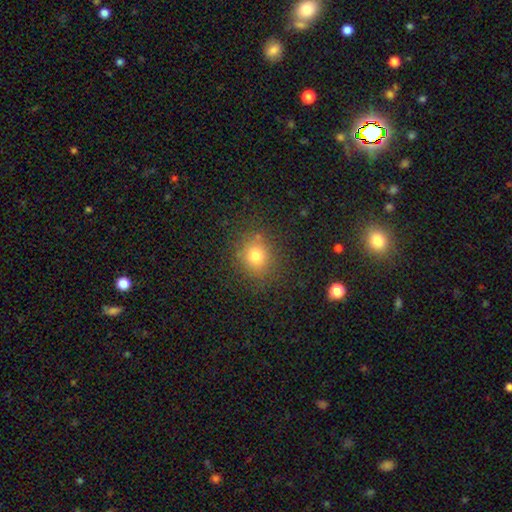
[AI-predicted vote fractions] This is likely a smooth galaxy (77%). How rounded: likely round (77%). Merging: clearly none (83%).